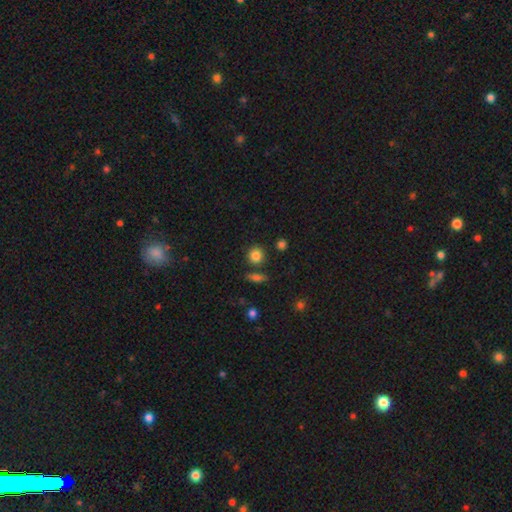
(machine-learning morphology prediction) type=smooth (84%); roundness=round (88%); merging=none (81%).